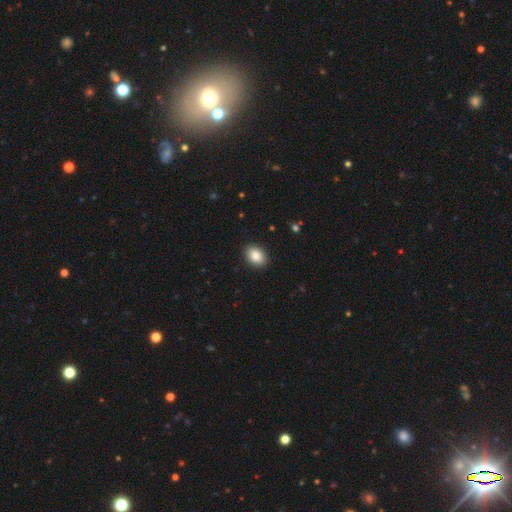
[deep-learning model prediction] A smooth galaxy with no disk features (88%) that is in between round and cigar-shaped (75%).

Vote fractions:
- Smooth or featured? smooth: 88% / star or artifact: 8% / featured or disk: 5%
- How rounded? in between: 75% / round: 24% / cigar-shaped: 1%
- Merging? none: 91% / minor disturbance: 7% / major disturbance: 2% / merger: 1%